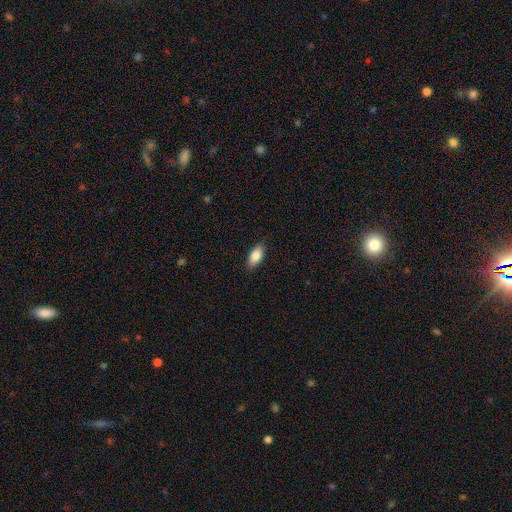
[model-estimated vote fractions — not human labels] A smooth galaxy with no disk features (85%) that is in between round and cigar-shaped (88%).

Vote fractions:
- Smooth or featured? smooth: 85% / featured or disk: 9% / star or artifact: 6%
- How rounded? in between: 88% / cigar-shaped: 10% / round: 3%
- Merging? none: 87% / minor disturbance: 10% / major disturbance: 2% / merger: 1%